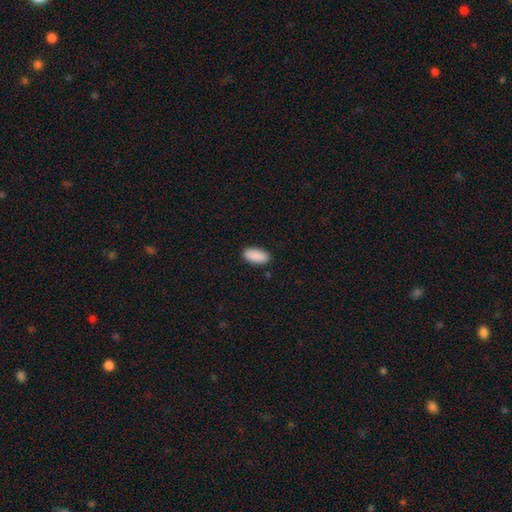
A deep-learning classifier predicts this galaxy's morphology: Overall: smooth (91%). How rounded: in between (92%). Merging: none (89%).